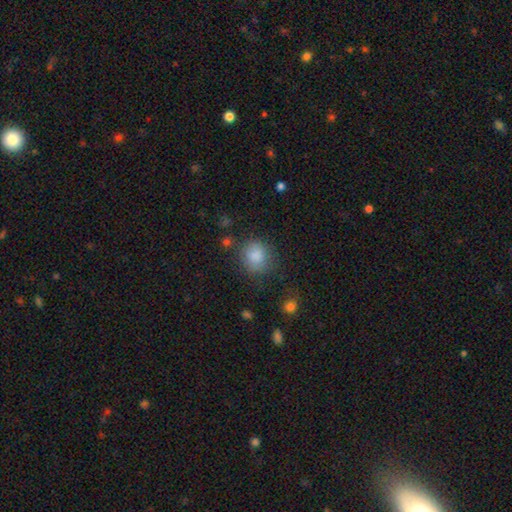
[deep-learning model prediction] A smooth galaxy with no disk features (85%) that is round (78%). Merging: none (73%).